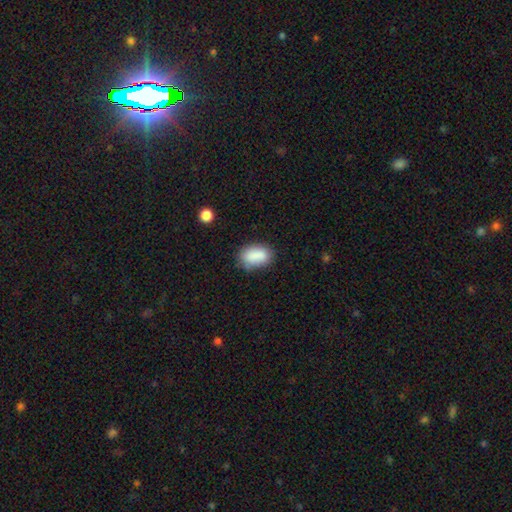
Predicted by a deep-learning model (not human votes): Smooth or featured? smooth (85%)
How rounded? in between (88%)
Merging? none (71%)